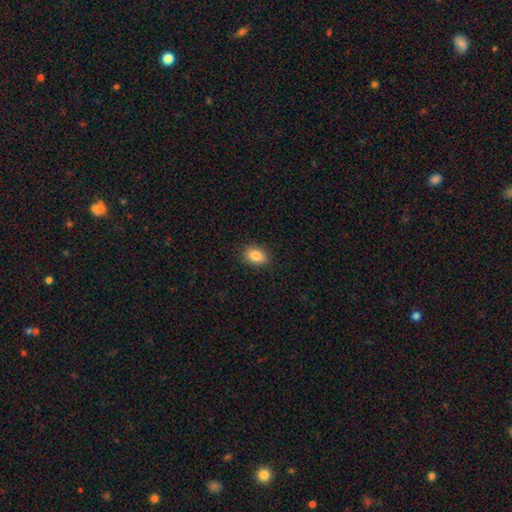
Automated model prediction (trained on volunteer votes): smooth-or-featured: smooth: 85% | star or artifact: 8% | featured or disk: 6%
  how-rounded: in between: 82% | round: 17% | cigar-shaped: 2%
  merging: none: 88% | minor disturbance: 9% | major disturbance: 2% | merger: 1%